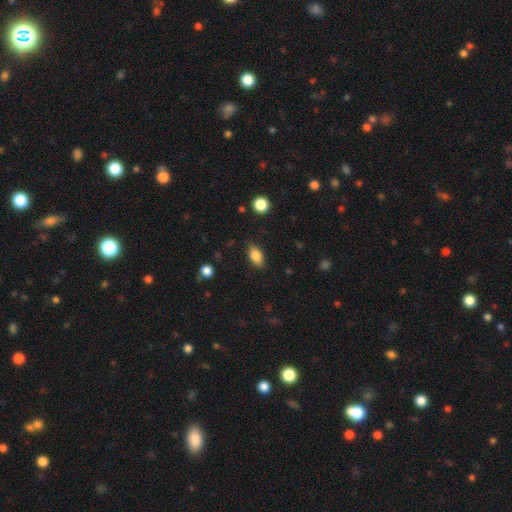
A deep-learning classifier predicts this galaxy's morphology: Smooth or featured? Predicted: smooth (p=0.84). How rounded? Predicted: in between (p=0.88). Merging? Predicted: none (p=0.85).